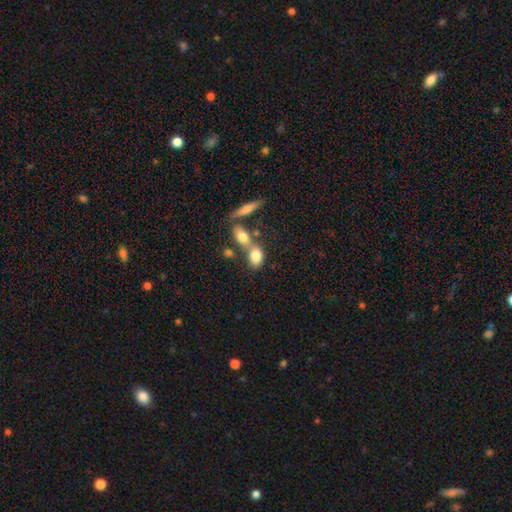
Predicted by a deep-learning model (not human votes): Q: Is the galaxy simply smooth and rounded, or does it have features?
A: smooth — 78%.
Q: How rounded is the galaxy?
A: in between — 74%.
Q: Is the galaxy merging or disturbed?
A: merger — 49%.